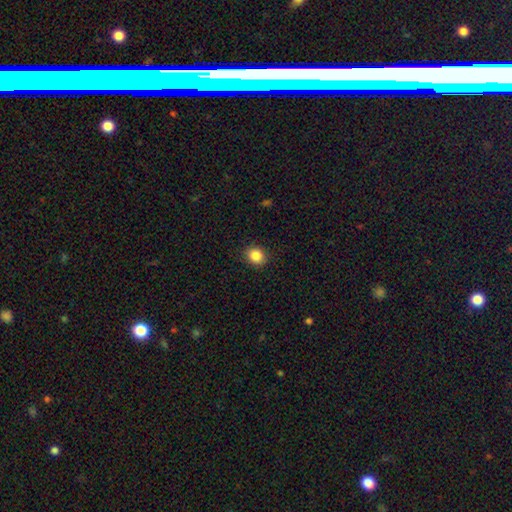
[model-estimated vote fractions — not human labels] Smooth or featured: smooth — 86% (star or artifact — 10%)
How rounded: round — 70% (in between — 29%)
Merging: none — 89% (minor disturbance — 8%)